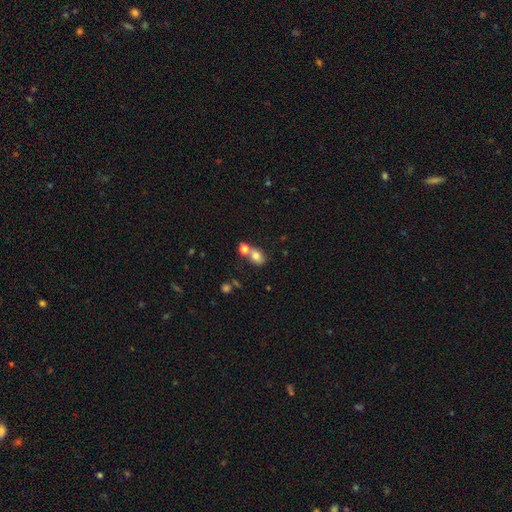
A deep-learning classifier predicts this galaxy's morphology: smooth_or_featured: smooth (p=0.75) [alt: featured or disk p=0.13]
how_rounded: in between (p=0.59) [alt: round p=0.39]
merging: none (p=0.44) [alt: merger p=0.40]